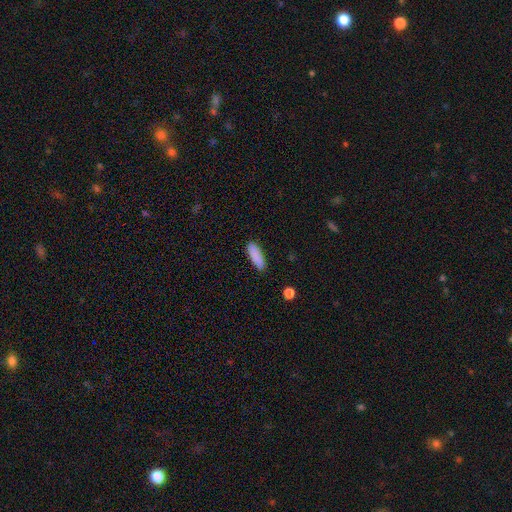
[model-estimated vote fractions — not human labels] Smooth or featured? smooth (88%)
How rounded? cigar-shaped (50%)
Merging? none (87%)